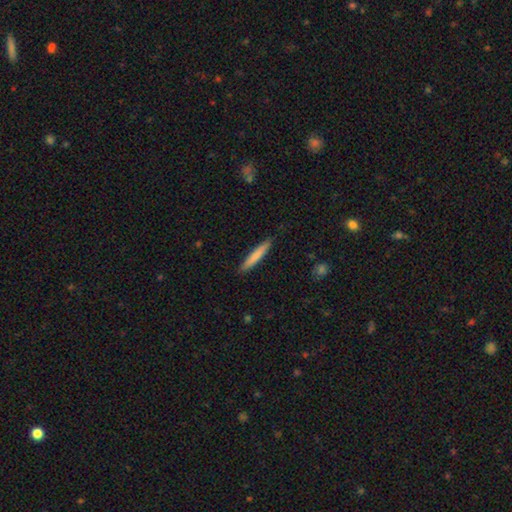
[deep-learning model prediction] smooth 78%, featured or disk 17%, star or artifact 6%. Down the decision tree: how rounded — cigar-shaped (94%); merging — none (89%).